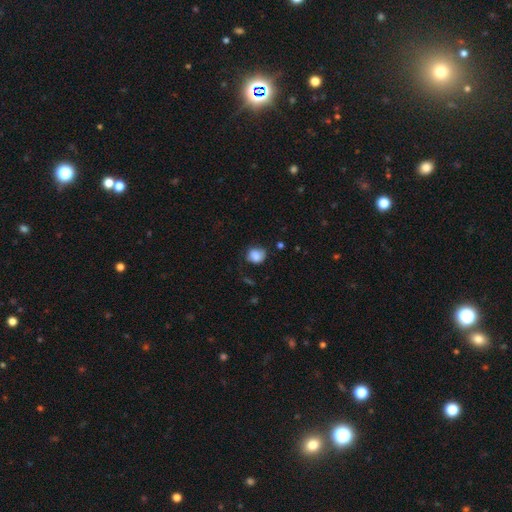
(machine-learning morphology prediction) This appears to be a smooth galaxy with no disk features (82%) that is round (69%). Merging: none (59%).